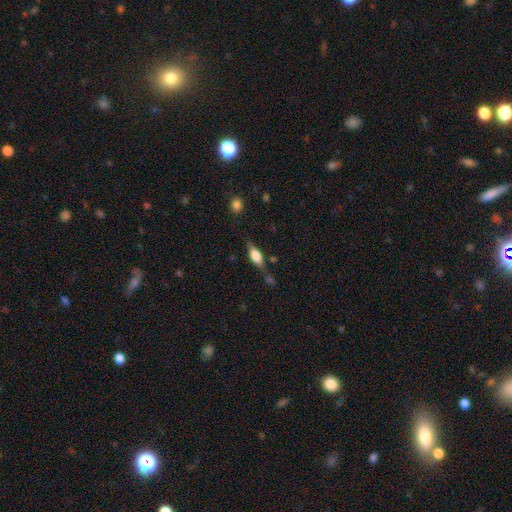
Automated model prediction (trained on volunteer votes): This is possibly a smooth galaxy (48%). Merging: likely none (61%).